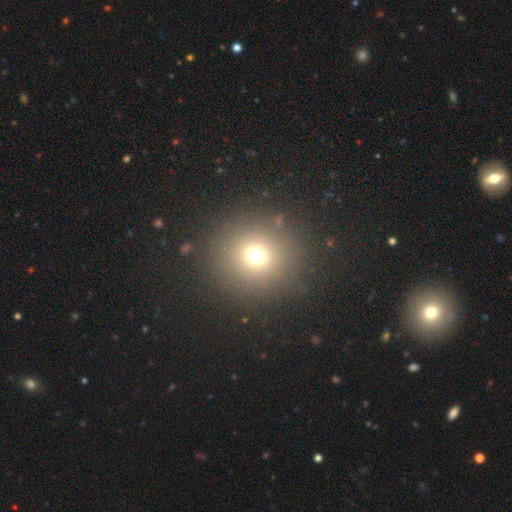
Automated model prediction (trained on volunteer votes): Q: Smooth or featured?
A: smooth (70%); runner-up: star or artifact (20%)
Q: How rounded?
A: round (92%); runner-up: in between (7%)
Q: Merging?
A: none (87%); runner-up: minor disturbance (7%)